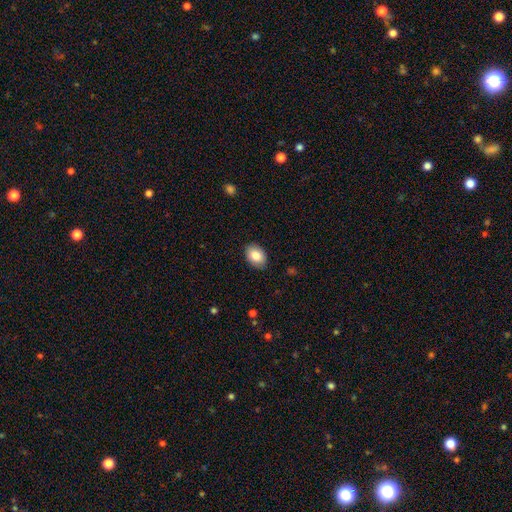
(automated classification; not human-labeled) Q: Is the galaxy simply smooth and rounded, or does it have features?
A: smooth — 84%.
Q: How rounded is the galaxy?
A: in between — 82%.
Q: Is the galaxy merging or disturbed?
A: none — 87%.